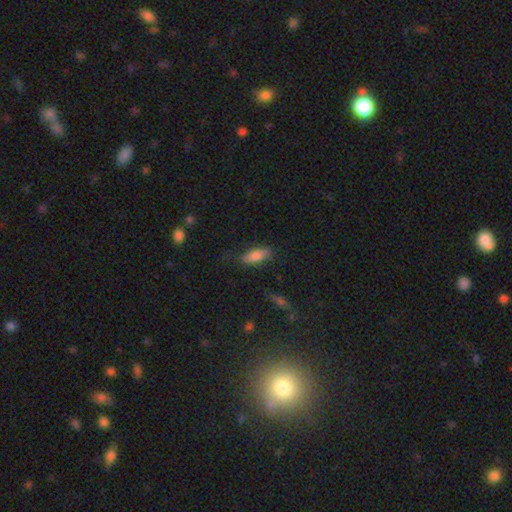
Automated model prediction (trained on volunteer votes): This is likely a smooth galaxy (79%). How rounded: likely in between (76%). Merging: likely none (72%).